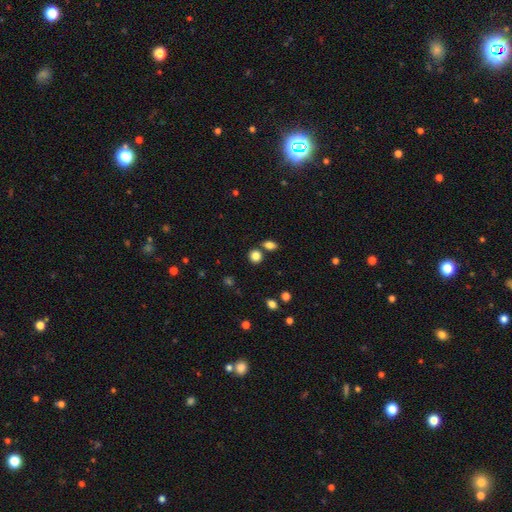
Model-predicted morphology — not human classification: Smooth or featured? Predicted: smooth (p=0.83). How rounded? Predicted: round (p=0.76). Merging? Predicted: none (p=0.71).